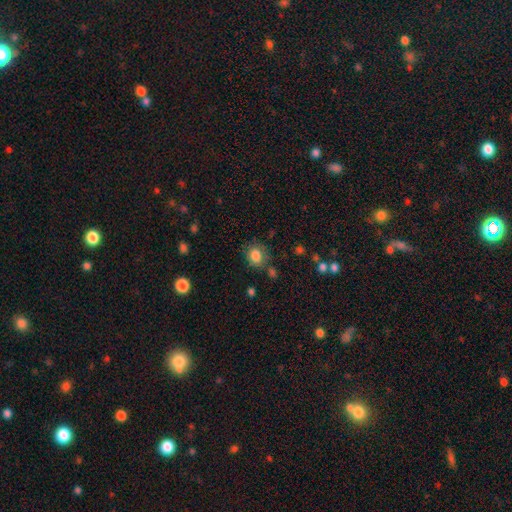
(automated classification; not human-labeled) smooth 83%, star or artifact 10%, featured or disk 7%. Down the decision tree: how rounded — round (62%); merging — none (72%).